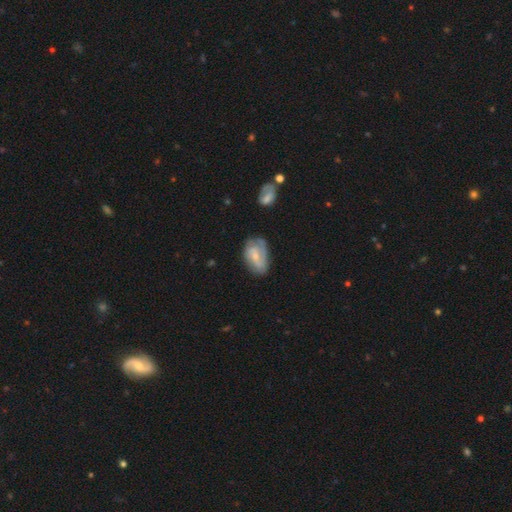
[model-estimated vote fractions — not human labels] This is likely a featured or disk galaxy (61%). It is clearly not viewed edge-on (96%). Bar: possibly weak (47%). Spiral arm pattern: clearly yes (83%). Central bulge: possibly small (54%). Merging: possibly none (57%).